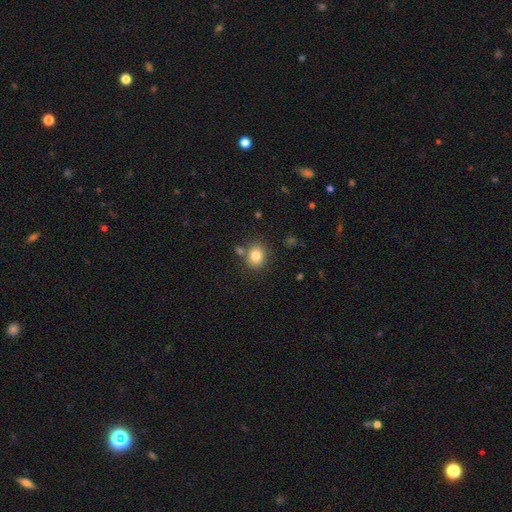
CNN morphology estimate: smooth 81%, star or artifact 11%, featured or disk 8%. Down the decision tree: how rounded — round (65%); merging — none (76%).